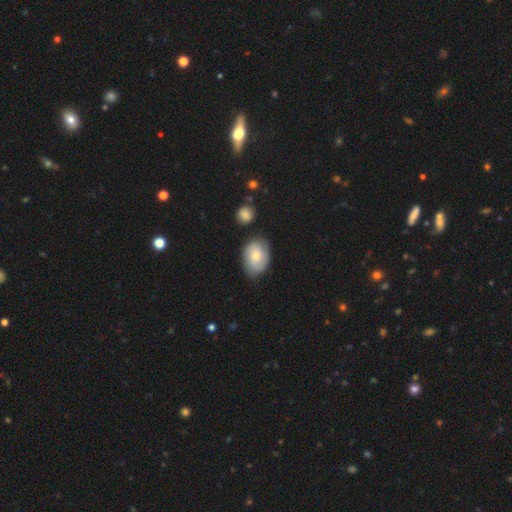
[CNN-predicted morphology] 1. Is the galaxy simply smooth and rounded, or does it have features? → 51% smooth, 42% featured or disk, 7% star or artifact.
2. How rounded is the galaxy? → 75% in between, 24% round, 1% cigar-shaped.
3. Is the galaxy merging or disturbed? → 72% none, 19% minor disturbance, 5% merger, 4% major disturbance.